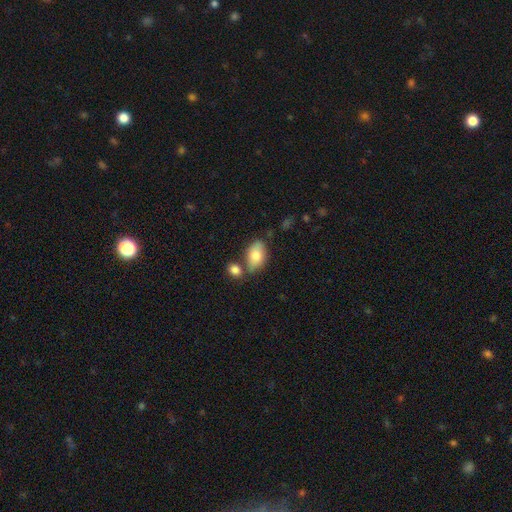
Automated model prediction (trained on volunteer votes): Smooth or featured? Predicted: smooth (p=0.79). How rounded? Predicted: in between (p=0.89). Merging? Predicted: none (p=0.60).